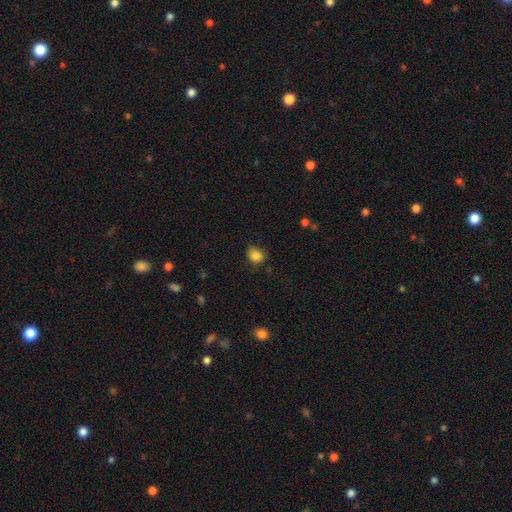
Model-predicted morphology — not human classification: This appears to be a smooth galaxy with no disk features (85%) that is round (62%). Merging: none (68%).